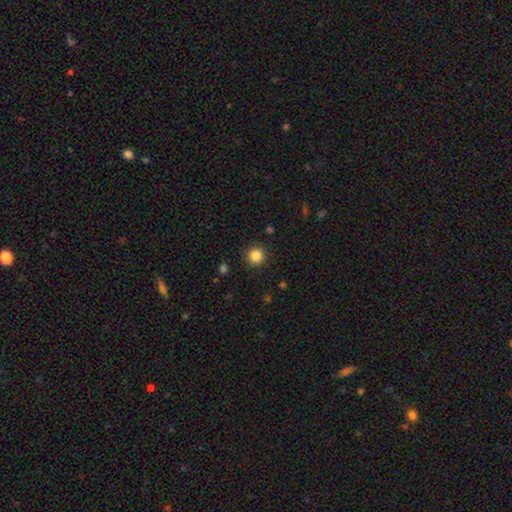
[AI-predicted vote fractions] Smooth or featured?
  - smooth: 85% *
  - star or artifact: 11%
  - featured or disk: 4%
How rounded?
  - round: 95% *
  - in between: 4%
  - cigar-shaped: 1%
Merging?
  - none: 92% *
  - minor disturbance: 5%
  - major disturbance: 2%
  - merger: 1%